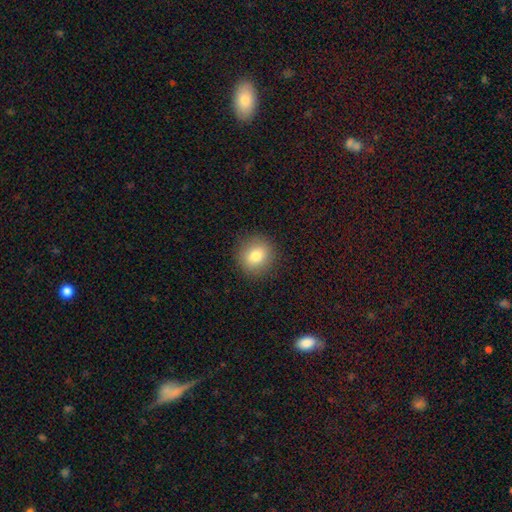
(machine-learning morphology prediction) Smooth or featured? smooth (80%)
How rounded? round (84%)
Merging? none (90%)